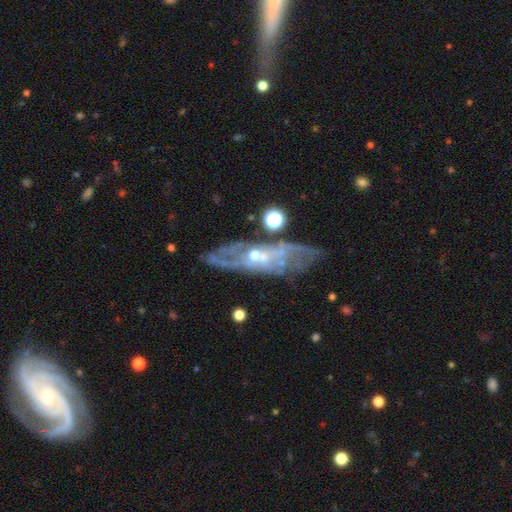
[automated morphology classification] Smooth or featured? Predicted: featured or disk (p=0.79). Edge-on disk? Predicted: no (p=0.77). Bar? Predicted: no (p=0.73). Spiral arms? Predicted: yes (p=0.74). Bulge size? Predicted: small (p=0.57). Merging? Predicted: none (p=0.64).